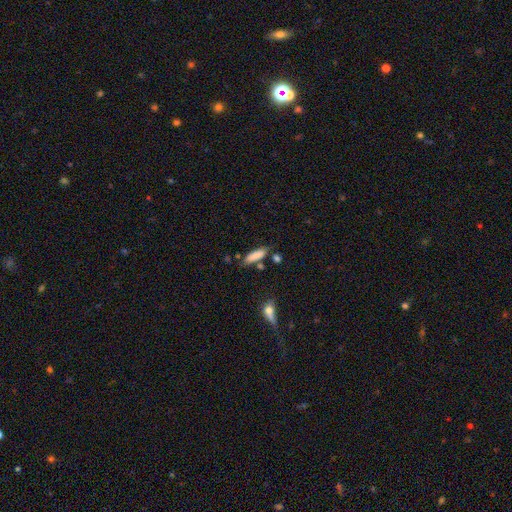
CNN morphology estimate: This appears to be a smooth galaxy with no disk features (84%) that is cigar-shaped (52%). Merging: none (70%).